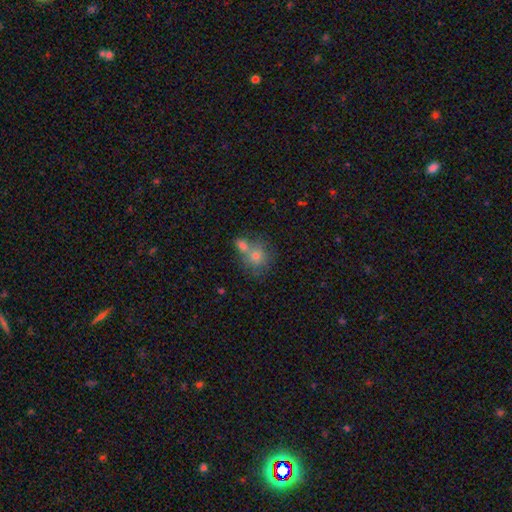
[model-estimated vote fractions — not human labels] Q: Smooth or featured?
A: smooth (71%); runner-up: featured or disk (17%)
Q: How rounded?
A: round (77%); runner-up: in between (22%)
Q: Merging?
A: merger (46%); runner-up: none (41%)